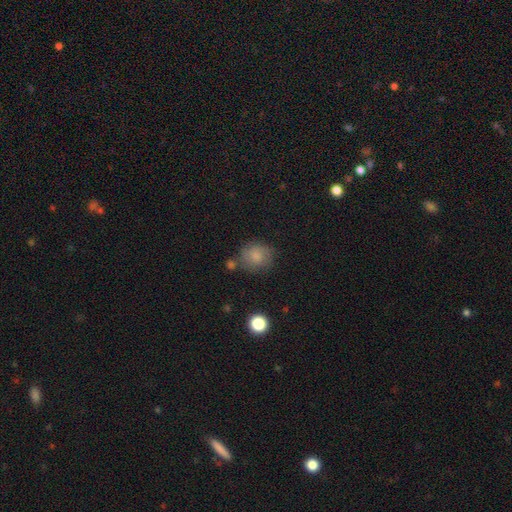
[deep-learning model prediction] smooth-or-featured: smooth: 79% | featured or disk: 12% | star or artifact: 10%
  how-rounded: round: 79% | in between: 20% | cigar-shaped: 1%
  merging: none: 67% | minor disturbance: 20% | major disturbance: 7% | merger: 7%